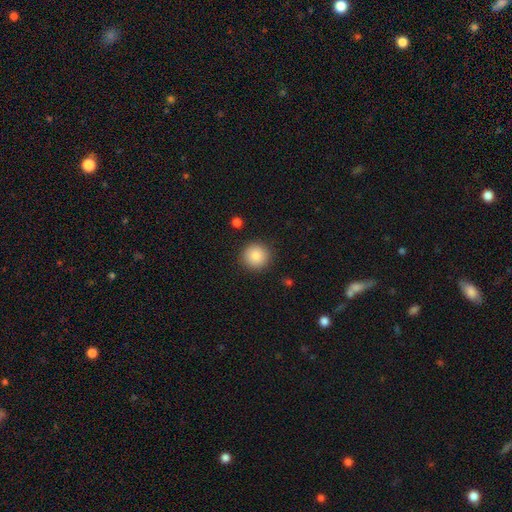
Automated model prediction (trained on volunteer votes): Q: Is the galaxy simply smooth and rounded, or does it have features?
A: smooth — 85%.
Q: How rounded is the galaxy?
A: round — 94%.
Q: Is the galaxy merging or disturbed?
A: none — 91%.